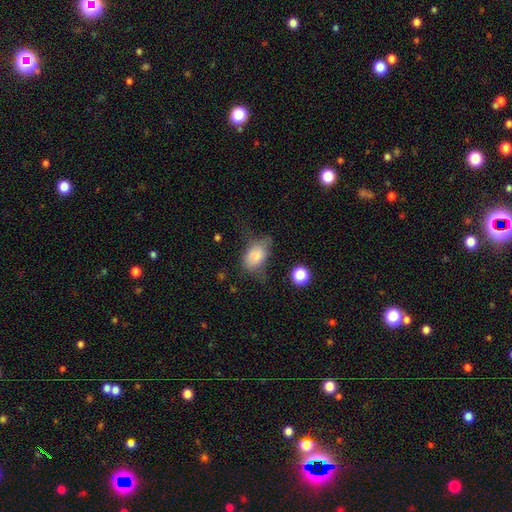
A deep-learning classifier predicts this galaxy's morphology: A smooth galaxy with no disk features (77%) that is in between round and cigar-shaped (85%).

Vote fractions:
- Smooth or featured? smooth: 77% / featured or disk: 14% / star or artifact: 9%
- How rounded? in between: 85% / round: 13% / cigar-shaped: 2%
- Merging? none: 37% / minor disturbance: 34% / major disturbance: 25% / merger: 4%